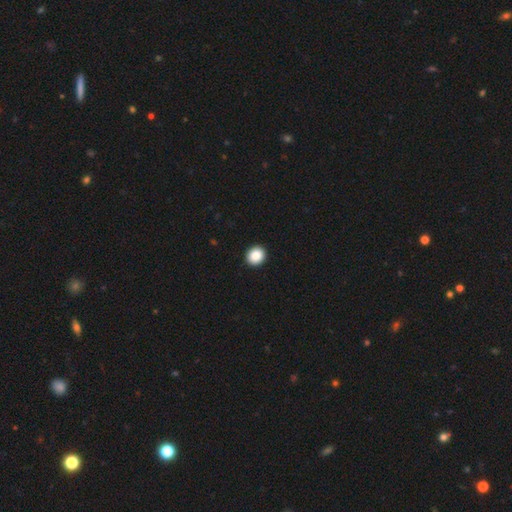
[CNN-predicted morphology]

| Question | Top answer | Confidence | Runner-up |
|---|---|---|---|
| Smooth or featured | smooth | 88% | star or artifact (9%) |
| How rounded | round | 84% | in between (15%) |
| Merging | none | 93% | minor disturbance (5%) |